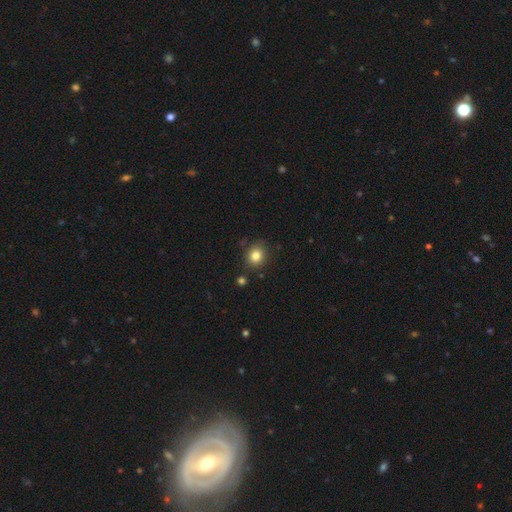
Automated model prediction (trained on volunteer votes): Smooth or featured? Predicted: smooth (p=0.82). How rounded? Predicted: round (p=0.74). Merging? Predicted: none (p=0.82).